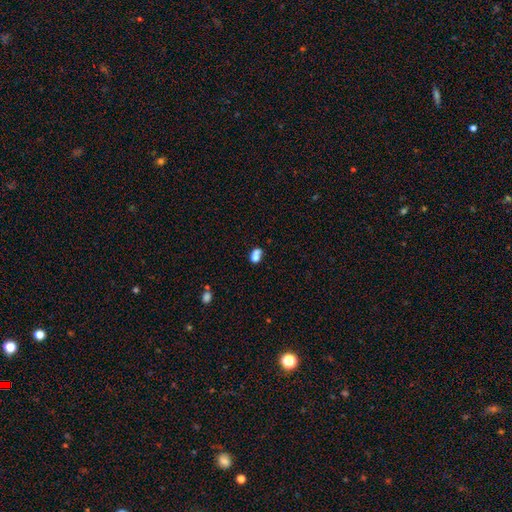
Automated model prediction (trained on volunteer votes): Overall: smooth (74%). How rounded: in between (67%; round 31%). Merging: merger (45%; none 29%).